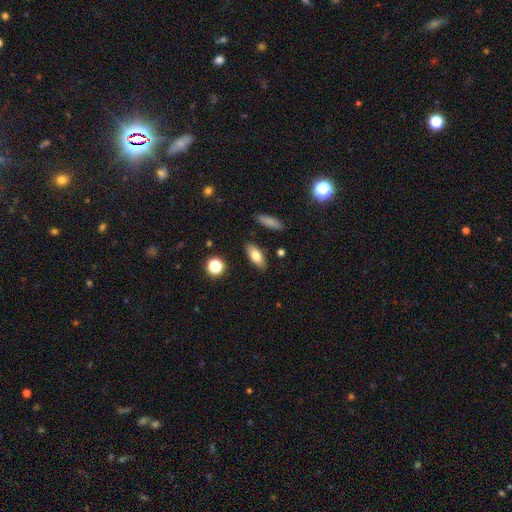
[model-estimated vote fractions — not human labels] smooth_or_featured: smooth (p=0.77) [alt: featured or disk p=0.15]
how_rounded: in between (p=0.80) [alt: cigar-shaped p=0.16]
merging: none (p=0.85) [alt: minor disturbance p=0.10]